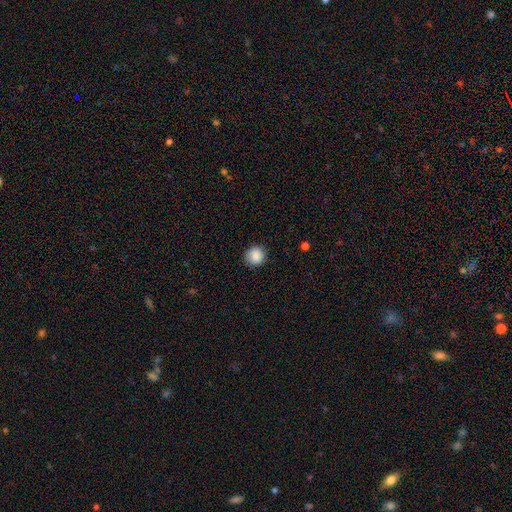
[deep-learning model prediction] Overall: smooth (88%). How rounded: round (91%). Merging: none (88%).